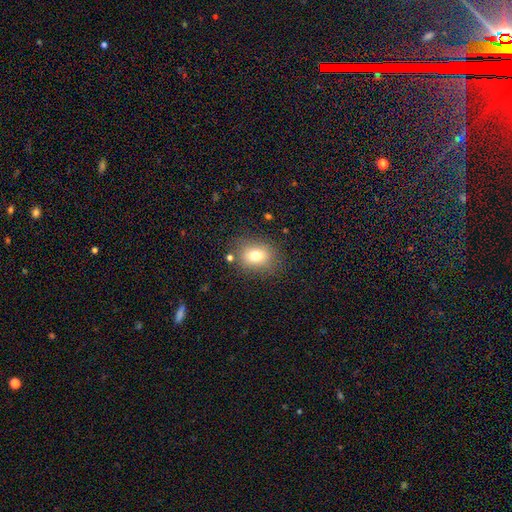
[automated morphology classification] Smooth or featured: smooth — 75% (featured or disk — 13%)
How rounded: in between — 53% (round — 46%)
Merging: none — 78% (minor disturbance — 13%)